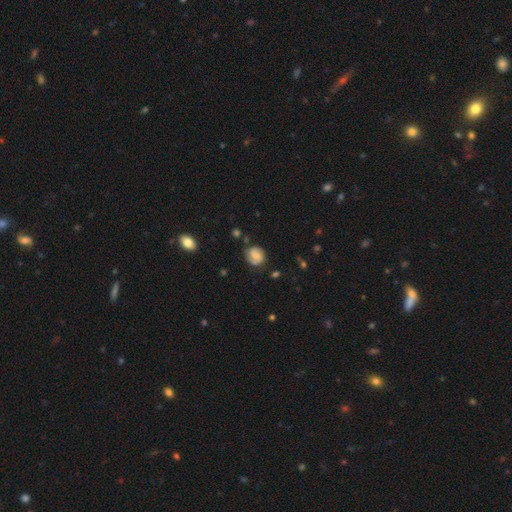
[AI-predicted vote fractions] This is possibly a featured or disk galaxy (48%). Merging: likely none (68%).